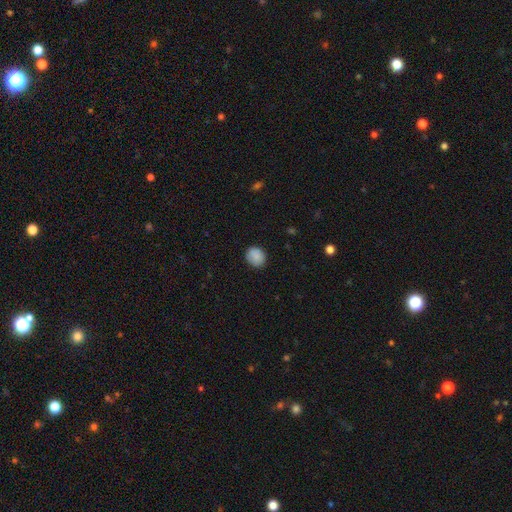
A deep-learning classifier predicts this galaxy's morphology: Overall: smooth (87%). How rounded: round (66%; in between 33%). Merging: none (84%).